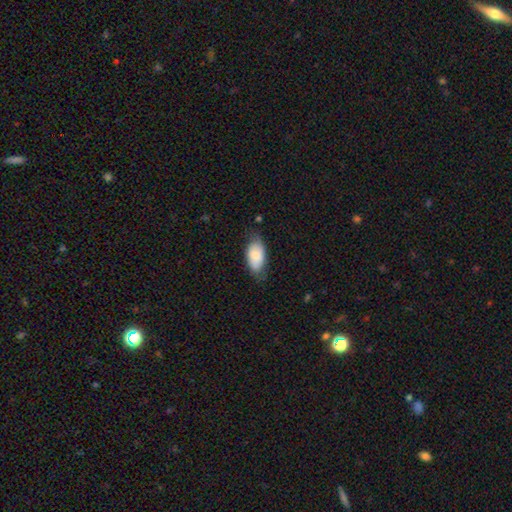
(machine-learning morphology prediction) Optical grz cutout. It shows a smooth galaxy with no disk features (74%) that is in between round and cigar-shaped (93%). Merging: none (63%).